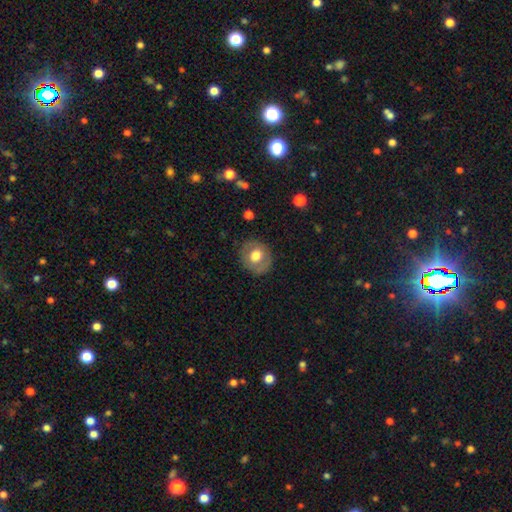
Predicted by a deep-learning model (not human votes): The model was most divided on "smooth or featured": smooth: 59%, featured or disk: 33%, star or artifact: 7%. More confident: merging — none (84%); how rounded — round (80%).